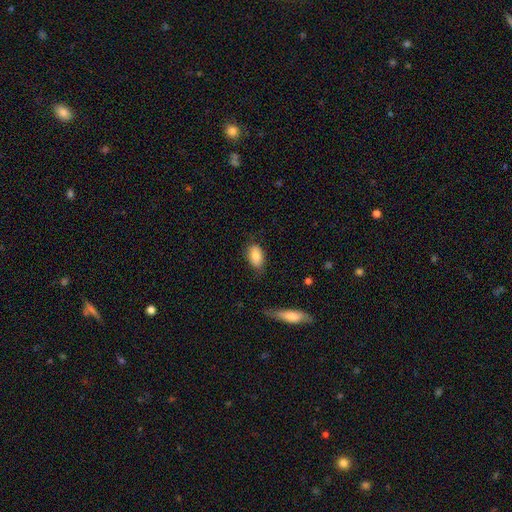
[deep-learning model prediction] Smooth or featured: smooth — 85% (featured or disk — 8%)
How rounded: in between — 92% (round — 6%)
Merging: none — 75% (minor disturbance — 18%)